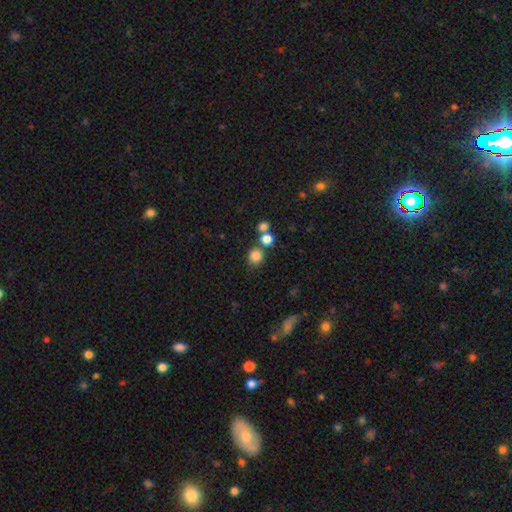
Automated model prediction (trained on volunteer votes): Smooth or featured?
  - smooth: 82% *
  - star or artifact: 13%
  - featured or disk: 6%
How rounded?
  - round: 85% *
  - in between: 14%
  - cigar-shaped: 1%
Merging?
  - none: 68% *
  - merger: 18%
  - minor disturbance: 9%
  - major disturbance: 4%